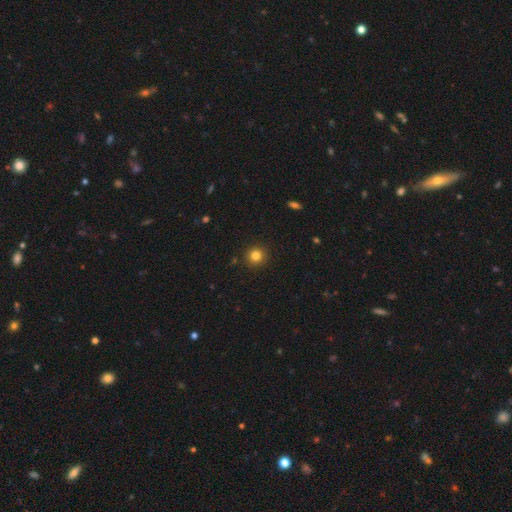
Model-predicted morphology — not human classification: Smooth or featured: smooth — 81% (star or artifact — 13%)
How rounded: round — 94% (in between — 5%)
Merging: none — 92% (minor disturbance — 5%)